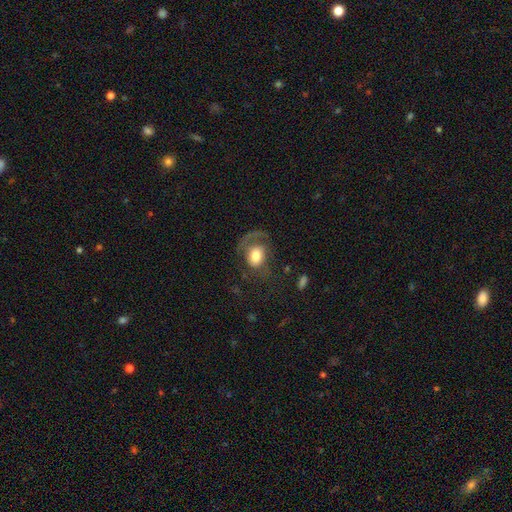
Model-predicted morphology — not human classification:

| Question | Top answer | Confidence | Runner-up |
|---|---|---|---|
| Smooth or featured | smooth | 50% | featured or disk (42%) |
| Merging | major disturbance | 40% | none (39%) |